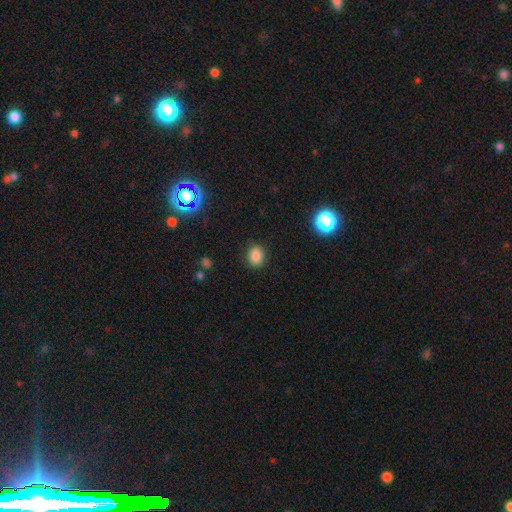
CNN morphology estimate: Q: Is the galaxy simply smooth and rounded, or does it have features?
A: smooth — 83%.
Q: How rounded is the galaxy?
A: round — 53%.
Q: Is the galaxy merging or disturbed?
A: none — 85%.